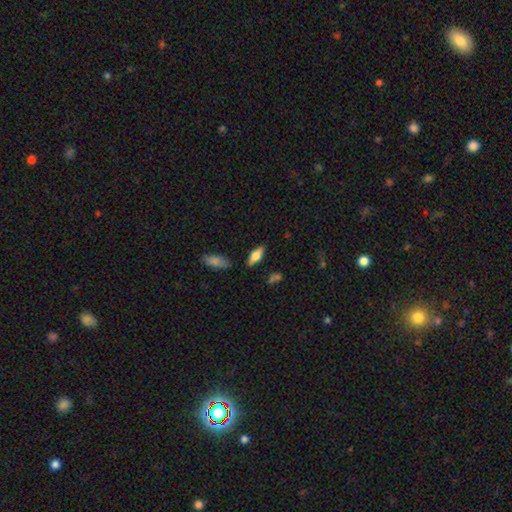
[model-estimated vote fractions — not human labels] smooth_or_featured: smooth (p=0.60) [alt: featured or disk p=0.33]
how_rounded: in between (p=0.69) [alt: cigar-shaped p=0.28]
merging: none (p=0.82) [alt: minor disturbance p=0.11]